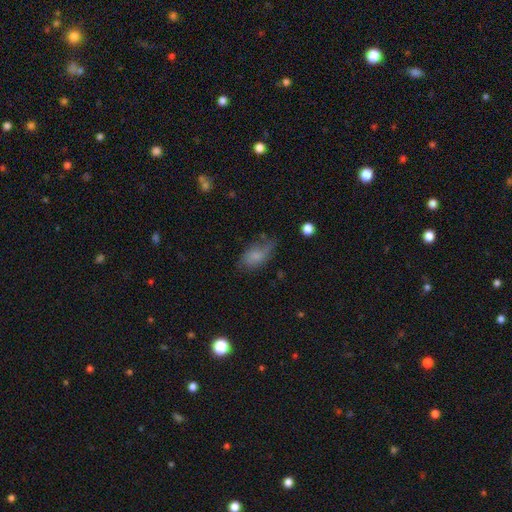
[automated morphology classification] Smooth or featured?
  - smooth: 66% *
  - featured or disk: 24%
  - star or artifact: 10%
How rounded?
  - in between: 89% *
  - round: 6%
  - cigar-shaped: 4%
Merging?
  - none: 48% *
  - minor disturbance: 32%
  - major disturbance: 17%
  - merger: 3%